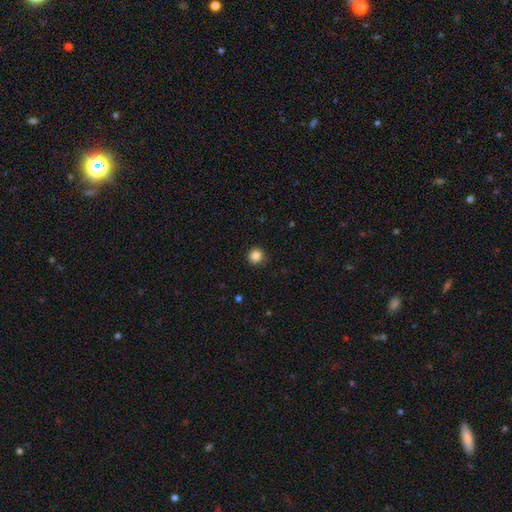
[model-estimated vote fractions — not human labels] Smooth or featured?
  - smooth: 86% *
  - star or artifact: 11%
  - featured or disk: 3%
How rounded?
  - round: 93% *
  - in between: 6%
  - cigar-shaped: 1%
Merging?
  - none: 89% *
  - minor disturbance: 8%
  - major disturbance: 2%
  - merger: 1%